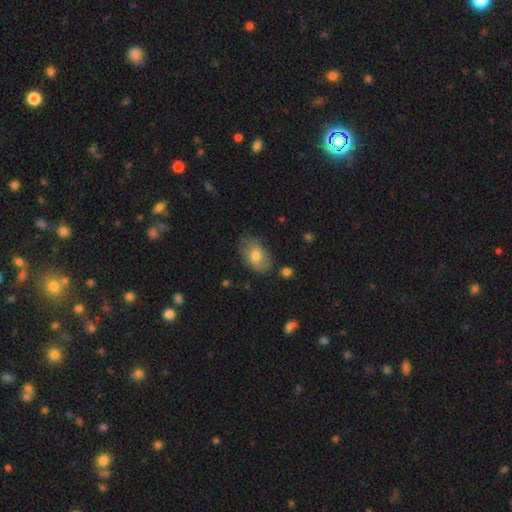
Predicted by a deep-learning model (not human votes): smooth-or-featured: smooth: 71% | featured or disk: 21% | star or artifact: 7%
  how-rounded: in between: 89% | round: 9% | cigar-shaped: 1%
  merging: none: 72% | minor disturbance: 21% | major disturbance: 5% | merger: 2%